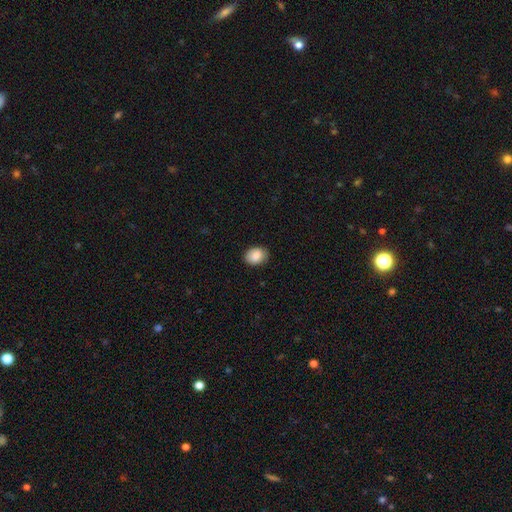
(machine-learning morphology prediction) Smooth or featured? smooth (85%)
How rounded? in between (69%)
Merging? none (87%)